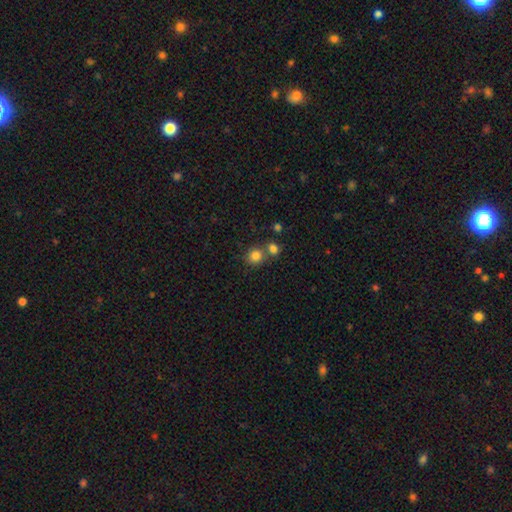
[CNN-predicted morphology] Overall: smooth (82%). How rounded: round (88%). Merging: none (62%; merger 28%).